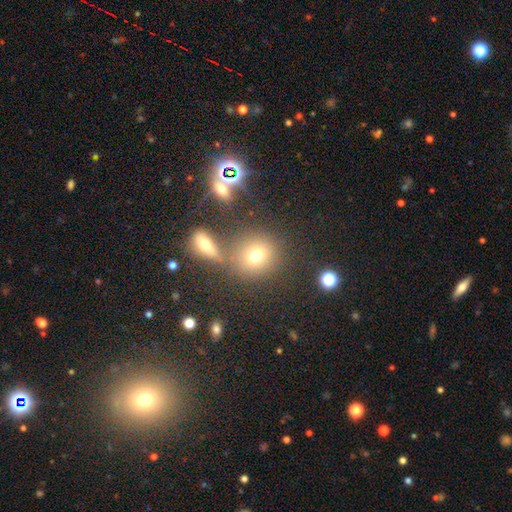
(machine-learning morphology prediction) smooth 70%, star or artifact 18%, featured or disk 12%. Down the decision tree: how rounded — round (83%); merging — none (67%).